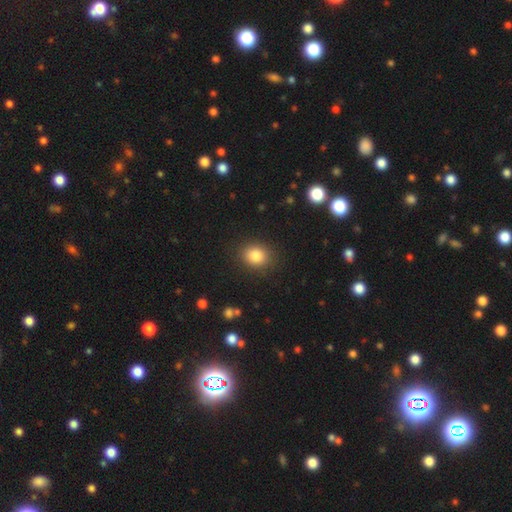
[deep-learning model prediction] A smooth galaxy with no disk features (83%) that is round (59%).

Vote fractions:
- Smooth or featured? smooth: 83% / star or artifact: 10% / featured or disk: 6%
- How rounded? round: 59% / in between: 41% / cigar-shaped: 1%
- Merging? none: 87% / minor disturbance: 9% / major disturbance: 3% / merger: 1%